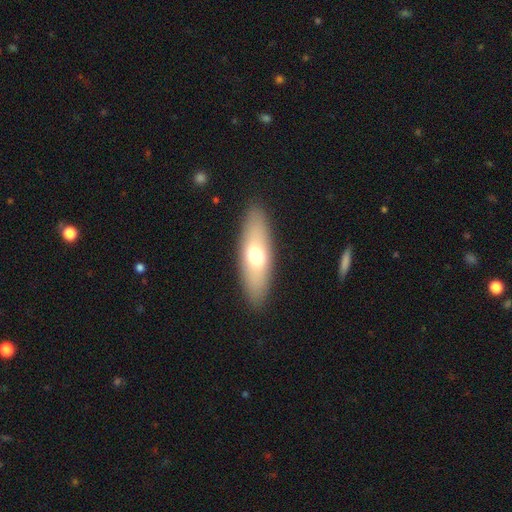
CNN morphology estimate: Overall: smooth (63%; featured or disk 30%). How rounded: in between (61%; cigar-shaped 36%). Merging: none (88%).